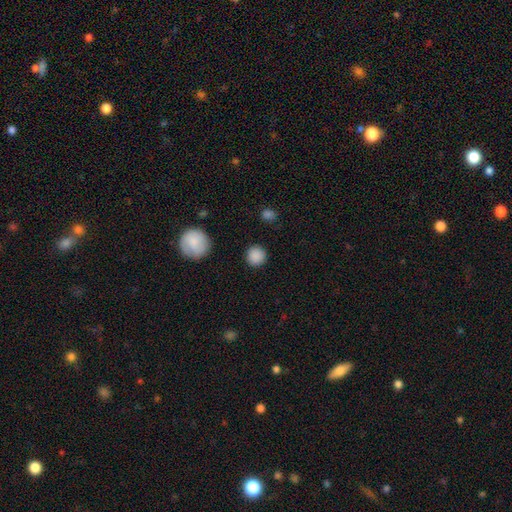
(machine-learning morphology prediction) This appears to be a smooth galaxy with no disk features (88%) that is round (94%). Merging: none (90%).